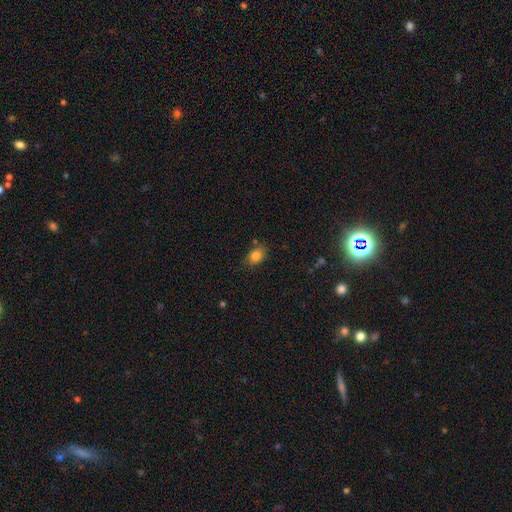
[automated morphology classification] Q: Smooth or featured?
A: smooth (83%); runner-up: star or artifact (10%)
Q: How rounded?
A: in between (75%); runner-up: round (23%)
Q: Merging?
A: none (72%); runner-up: minor disturbance (20%)